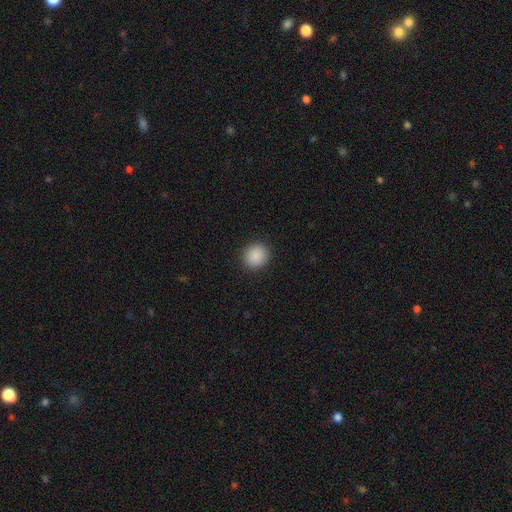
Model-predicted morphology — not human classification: Smooth or featured? smooth (89%)
How rounded? round (83%)
Merging? none (91%)